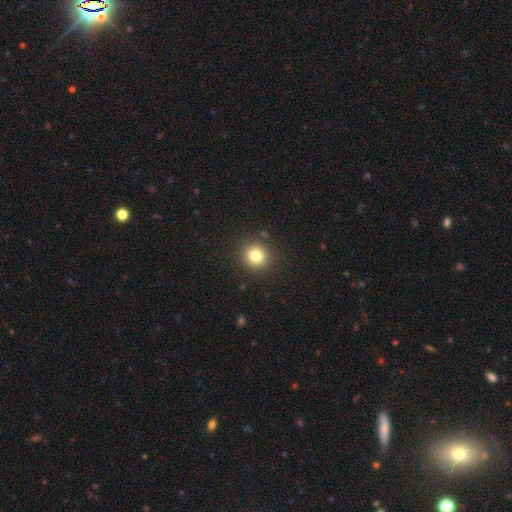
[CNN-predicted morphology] Q: Smooth or featured?
A: smooth (80%); runner-up: star or artifact (12%)
Q: How rounded?
A: round (92%); runner-up: in between (7%)
Q: Merging?
A: none (89%); runner-up: minor disturbance (6%)